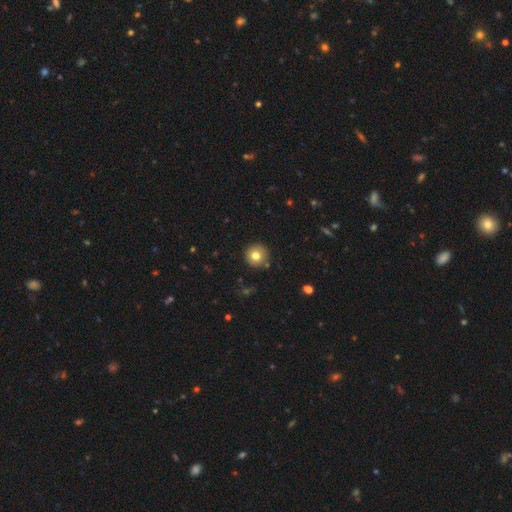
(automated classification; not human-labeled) This is likely a smooth galaxy (78%). How rounded: clearly round (95%). Merging: clearly none (89%).